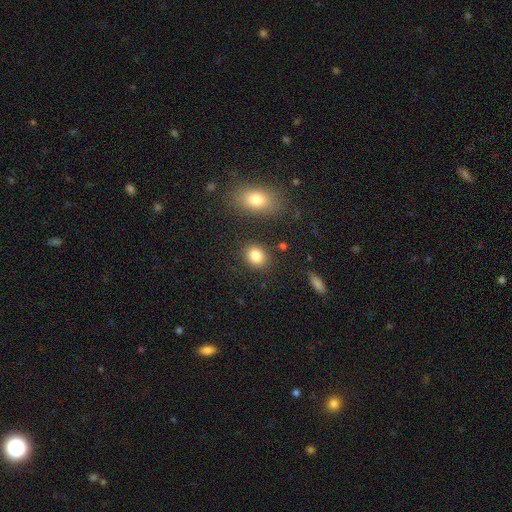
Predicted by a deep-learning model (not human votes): Smooth or featured? smooth (85%)
How rounded? in between (52%)
Merging? none (83%)